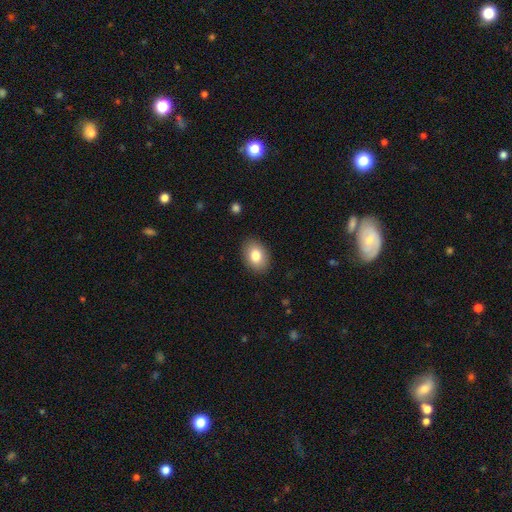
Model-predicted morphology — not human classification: Smooth or featured? smooth (82%)
How rounded? in between (78%)
Merging? none (88%)